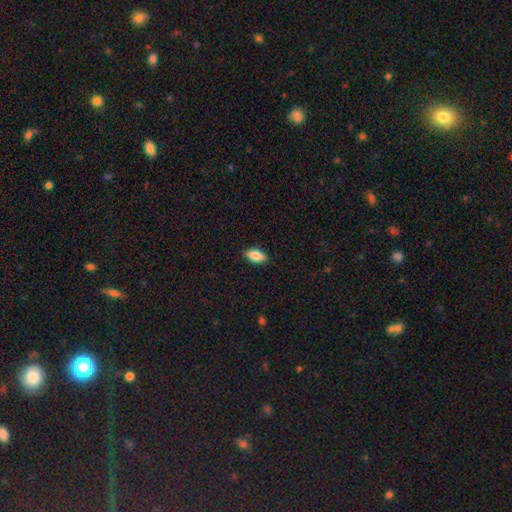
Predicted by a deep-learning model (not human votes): Morphology: type=smooth (85%); roundness=in between (92%); merging=none (88%).